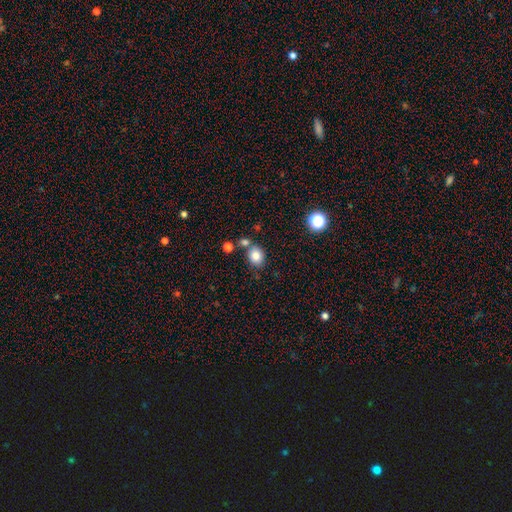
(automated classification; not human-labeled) Overall: smooth (81%). How rounded: round (53%; in between 46%). Merging: none (69%).